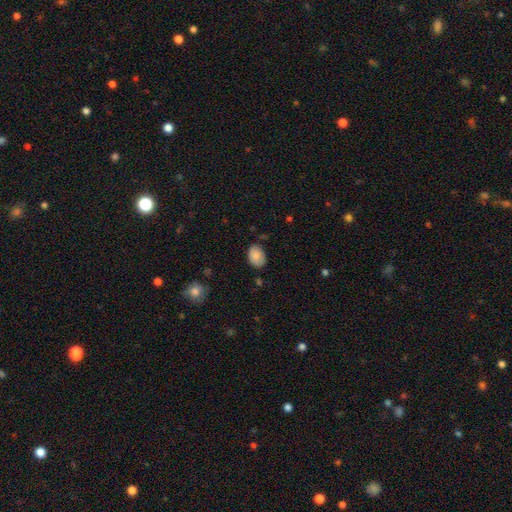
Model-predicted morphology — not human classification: A smooth galaxy with no disk features (85%) that is in between round and cigar-shaped (80%). Merging: none (75%).